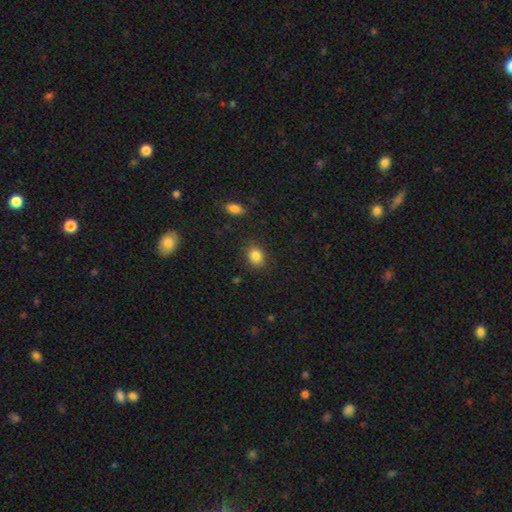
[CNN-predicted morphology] Smooth or featured? Predicted: smooth (p=0.85). How rounded? Predicted: round (p=0.52). Merging? Predicted: none (p=0.87).